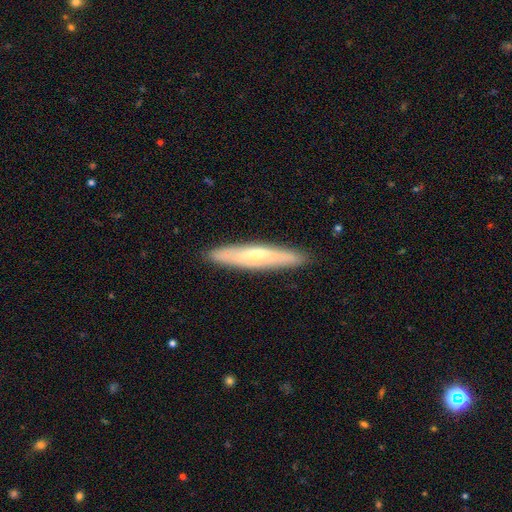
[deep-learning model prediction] This appears to be a featured or disk galaxy (53%) viewed edge-on (73%). Merging: none (89%).